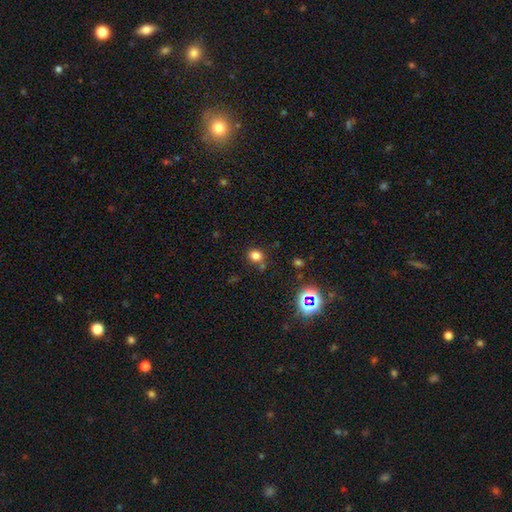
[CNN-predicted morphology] This is likely a smooth galaxy (77%). How rounded: likely round (65%). Merging: likely none (72%).